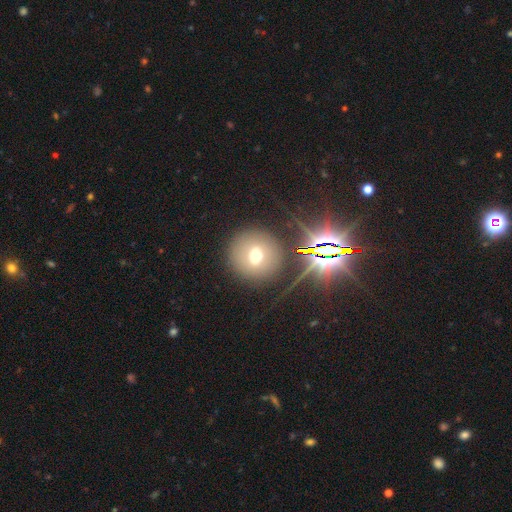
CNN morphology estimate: Smooth or featured? Predicted: smooth (p=0.58). How rounded? Predicted: round (p=0.89). Merging? Predicted: none (p=0.85).